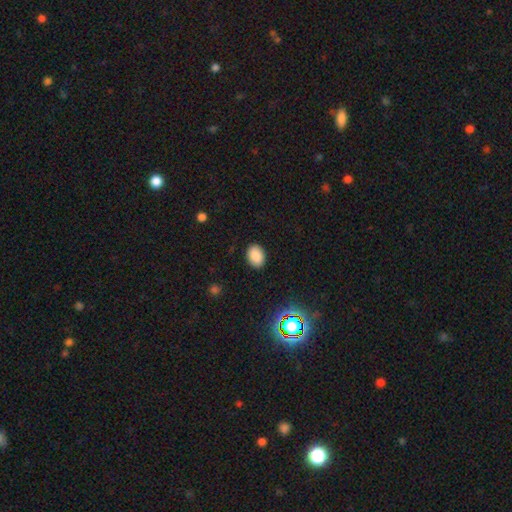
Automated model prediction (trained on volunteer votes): Q: Smooth or featured?
A: smooth (85%); runner-up: star or artifact (10%)
Q: How rounded?
A: in between (75%); runner-up: round (24%)
Q: Merging?
A: none (88%); runner-up: minor disturbance (8%)